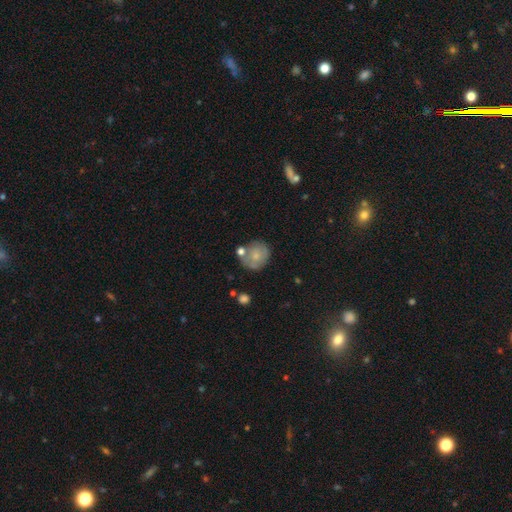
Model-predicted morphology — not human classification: Overall: smooth (67%). How rounded: round (81%). Merging: none (60%).